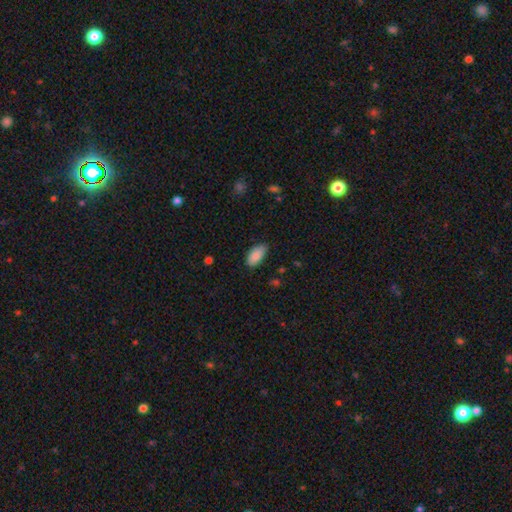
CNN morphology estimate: Smooth or featured?
  - smooth: 88% *
  - star or artifact: 7%
  - featured or disk: 5%
How rounded?
  - in between: 94% *
  - cigar-shaped: 4%
  - round: 2%
Merging?
  - none: 78% *
  - minor disturbance: 18%
  - major disturbance: 3%
  - merger: 1%